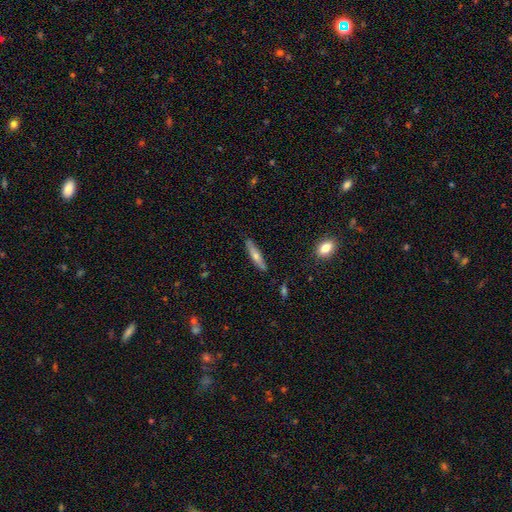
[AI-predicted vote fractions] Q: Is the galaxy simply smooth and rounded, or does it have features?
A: featured or disk — 47%.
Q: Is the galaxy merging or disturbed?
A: none — 87%.